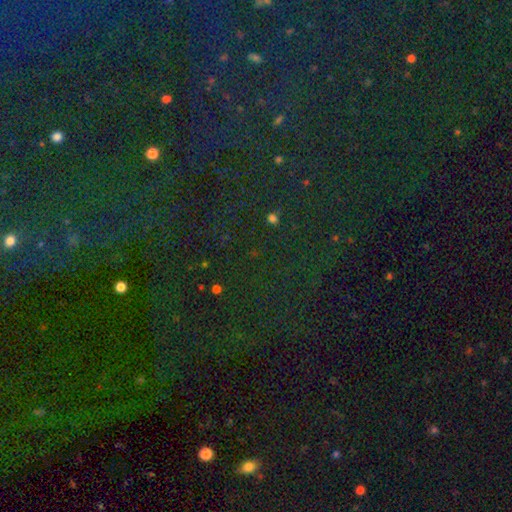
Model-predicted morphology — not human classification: Smooth or featured?
  - star or artifact: 81% *
  - smooth: 11%
  - featured or disk: 8%